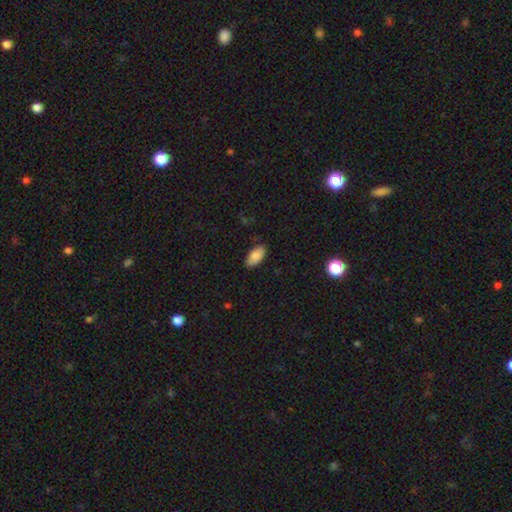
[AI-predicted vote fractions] Q: Smooth or featured?
A: smooth (86%); runner-up: featured or disk (7%)
Q: How rounded?
A: in between (94%); runner-up: cigar-shaped (4%)
Q: Merging?
A: none (83%); runner-up: minor disturbance (14%)